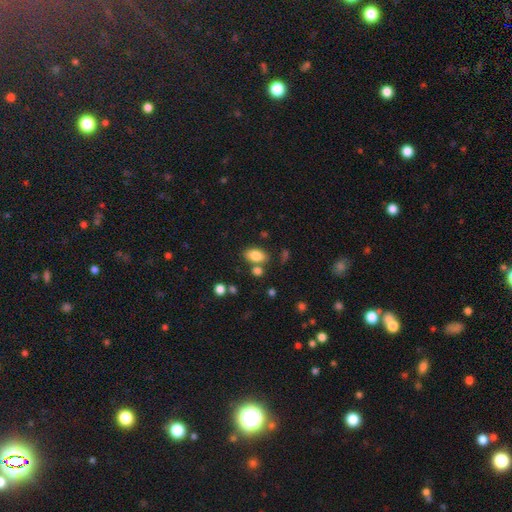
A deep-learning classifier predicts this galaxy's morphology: Q: Smooth or featured?
A: smooth (83%); runner-up: star or artifact (9%)
Q: How rounded?
A: in between (88%); runner-up: round (10%)
Q: Merging?
A: none (70%); runner-up: merger (14%)